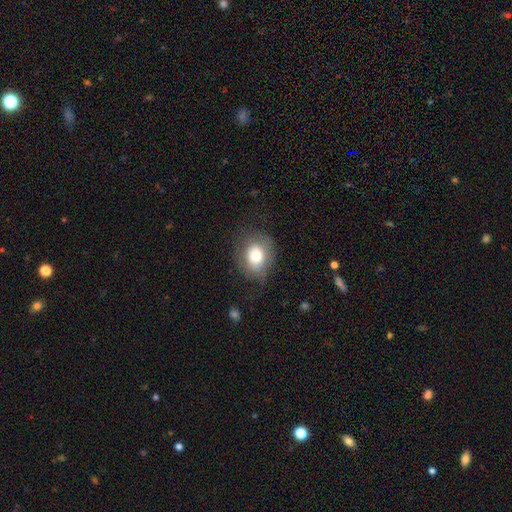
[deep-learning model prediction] Smooth or featured? smooth (74%)
How rounded? round (56%)
Merging? none (68%)